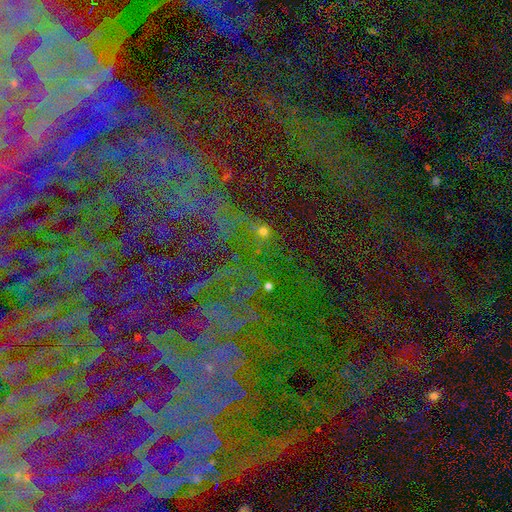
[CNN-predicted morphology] Overall: star or artifact (83%).